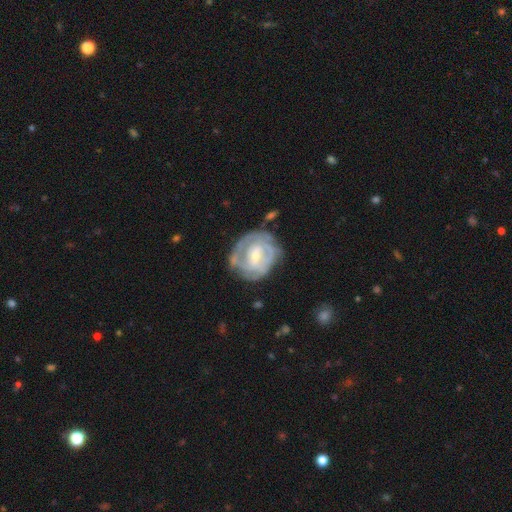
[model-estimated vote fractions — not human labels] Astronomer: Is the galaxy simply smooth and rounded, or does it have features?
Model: featured or disk — 78%.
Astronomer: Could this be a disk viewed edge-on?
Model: no — 97%.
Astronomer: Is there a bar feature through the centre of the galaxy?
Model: weak — 45% (runner-up: no, 40%).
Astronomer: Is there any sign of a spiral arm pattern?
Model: yes — 80%.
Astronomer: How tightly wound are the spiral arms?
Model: tight — 66%.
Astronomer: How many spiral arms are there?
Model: can't tell — 45% (runner-up: 2, 29%).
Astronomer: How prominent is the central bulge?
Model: small — 54% (runner-up: moderate, 41%).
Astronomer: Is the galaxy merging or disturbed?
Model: none — 62%.